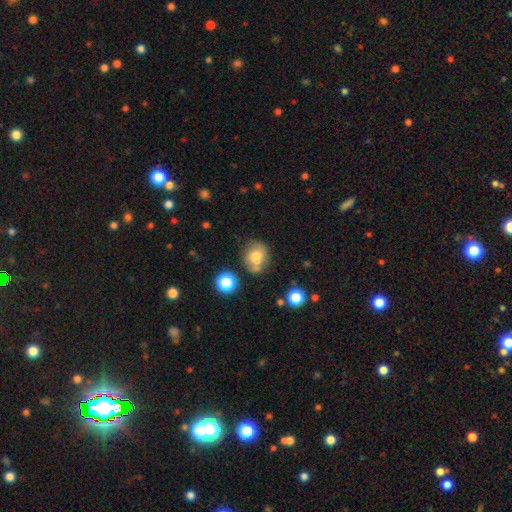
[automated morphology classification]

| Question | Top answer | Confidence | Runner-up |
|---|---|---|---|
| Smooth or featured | smooth | 66% | featured or disk (22%) |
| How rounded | round | 63% | in between (36%) |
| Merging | none | 47% | merger (33%) |